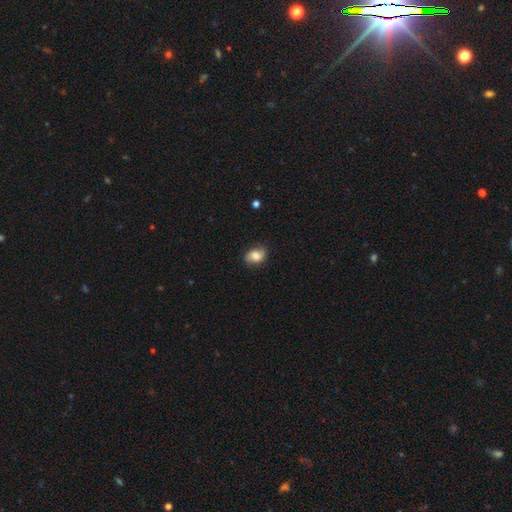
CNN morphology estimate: Q: Smooth or featured?
A: smooth (69%); runner-up: featured or disk (22%)
Q: How rounded?
A: in between (72%); runner-up: round (27%)
Q: Merging?
A: none (74%); runner-up: minor disturbance (20%)